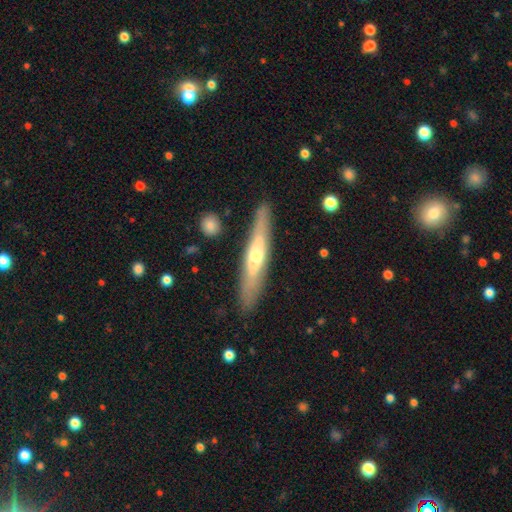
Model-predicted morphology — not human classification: A featured or disk galaxy (61%) viewed edge-on (85%) with a rounded central bulge (77%).

Vote fractions:
- Smooth or featured? featured or disk: 61% / smooth: 34% / star or artifact: 6%
- Edge-on disk? yes: 85% / no: 15%
- Edge-on bulge? rounded: 77% / none: 18% / boxy: 5%
- Merging? none: 87% / minor disturbance: 9% / major disturbance: 2% / merger: 2%